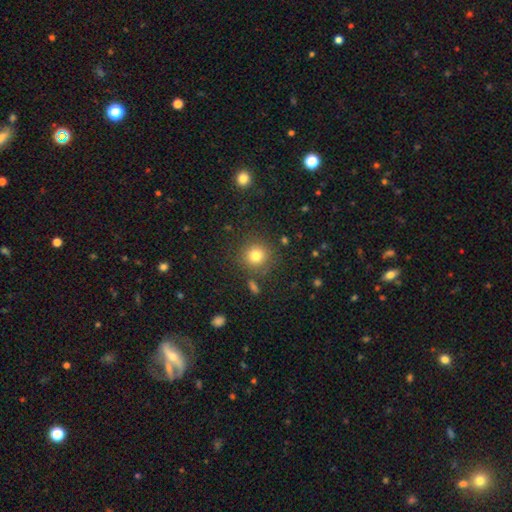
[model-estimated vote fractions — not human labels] Smooth or featured: smooth — 80% (star or artifact — 13%)
How rounded: round — 92% (in between — 7%)
Merging: none — 85% (minor disturbance — 8%)